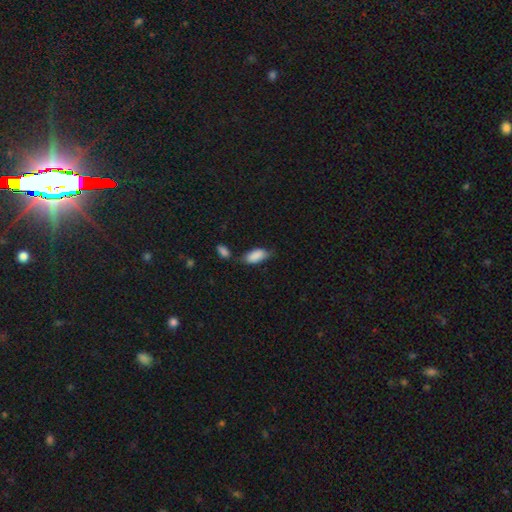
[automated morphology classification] A smooth galaxy with no disk features (87%) that is in between round and cigar-shaped (89%).

Vote fractions:
- Smooth or featured? smooth: 87% / star or artifact: 7% / featured or disk: 6%
- How rounded? in between: 89% / cigar-shaped: 9% / round: 2%
- Merging? none: 52% / minor disturbance: 25% / merger: 16% / major disturbance: 7%